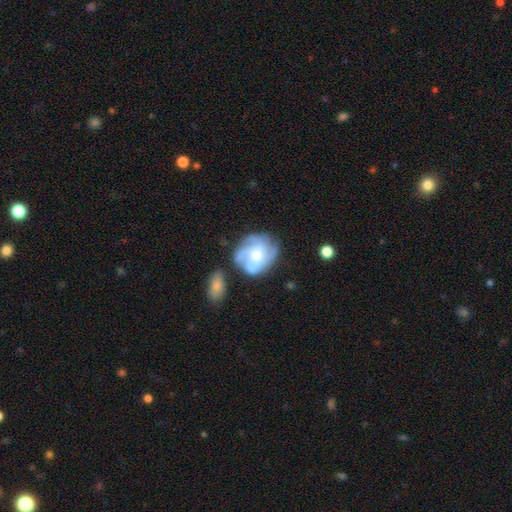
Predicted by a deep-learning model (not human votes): A featured or disk galaxy (74%) with no bar (74%), 3 (33%) tight (43%) spiral arms (89%) and a moderate central bulge (52%).

Vote fractions:
- Smooth or featured? featured or disk: 74% / smooth: 19% / star or artifact: 7%
- Edge-on disk? no: 98% / yes: 2%
- Bar? no: 74% / weak: 22% / strong: 4%
- Spiral arms? yes: 89% / no: 11%
- Spiral winding? tight: 43% / medium: 40% / loose: 16%
- Spiral arm count? 3: 33% / 4: 26% / can't tell: 23% / 2: 9% / more than 4: 5% / 1: 5%
- Bulge size? moderate: 52% / small: 40% / large: 5% / none: 2% / dominant: 1%
- Merging? none: 58% / minor disturbance: 21% / major disturbance: 11% / merger: 10%